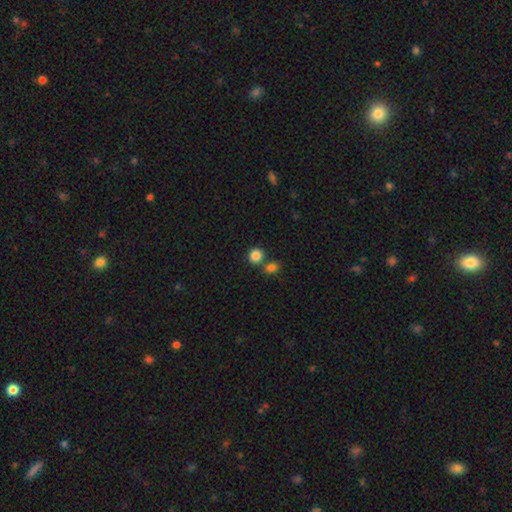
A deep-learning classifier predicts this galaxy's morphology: The model was most divided on "merging": none: 68%, merger: 22%, minor disturbance: 7%, major disturbance: 3%. More confident: how rounded — round (87%); smooth or featured — smooth (85%).